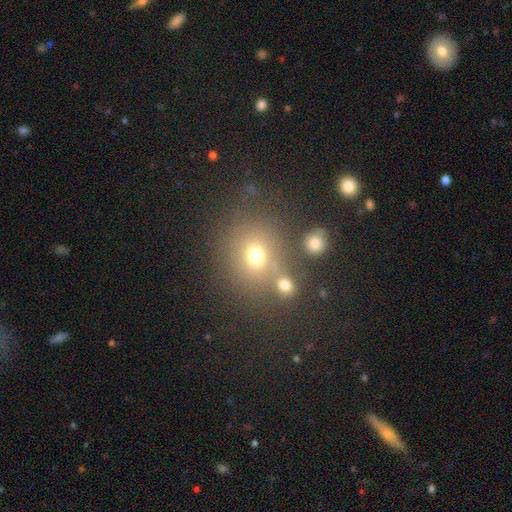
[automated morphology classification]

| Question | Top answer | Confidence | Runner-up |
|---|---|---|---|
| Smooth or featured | smooth | 69% | star or artifact (20%) |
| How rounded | round | 75% | in between (24%) |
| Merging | none | 65% | merger (17%) |